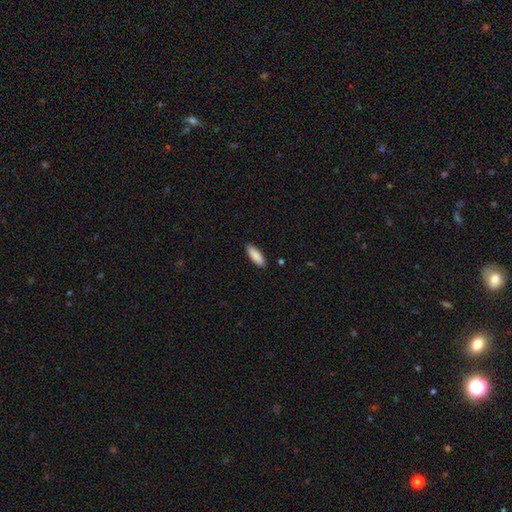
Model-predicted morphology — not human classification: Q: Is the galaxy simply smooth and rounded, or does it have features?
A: smooth — 90%.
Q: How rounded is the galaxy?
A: in between — 64%.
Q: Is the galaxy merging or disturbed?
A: none — 89%.